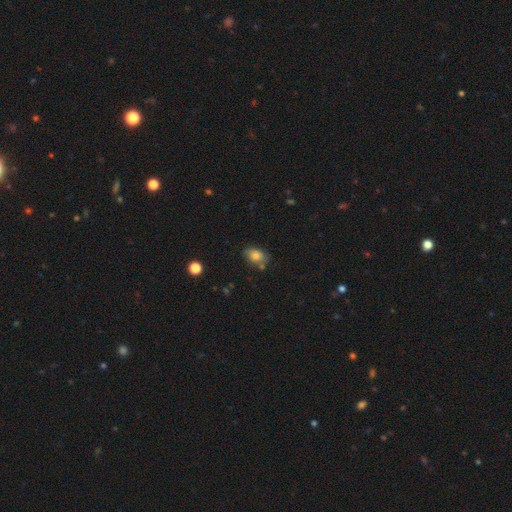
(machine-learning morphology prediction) The model was most divided on "merging": none: 72%, minor disturbance: 19%, merger: 6%, major disturbance: 4%. More confident: how rounded — in between (81%); smooth or featured — smooth (78%).